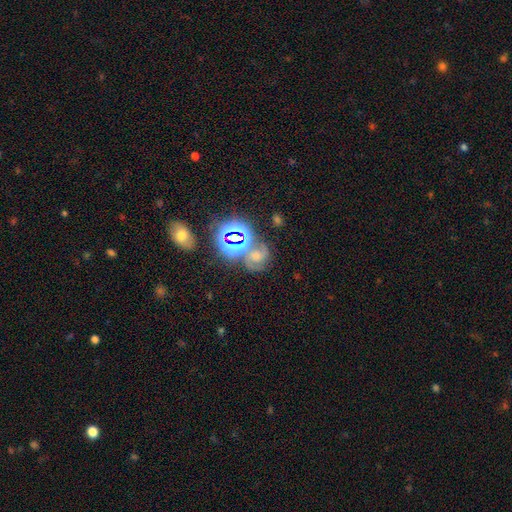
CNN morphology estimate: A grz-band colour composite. It shows a star or artifact, not a galaxy (47%).